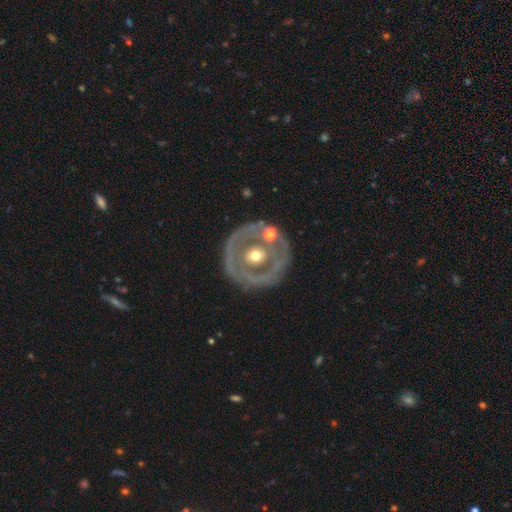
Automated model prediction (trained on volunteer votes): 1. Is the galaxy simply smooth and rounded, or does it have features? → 68% featured or disk, 27% smooth, 5% star or artifact.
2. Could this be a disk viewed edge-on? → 96% no, 4% yes.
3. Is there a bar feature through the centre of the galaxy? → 85% no, 10% weak, 5% strong.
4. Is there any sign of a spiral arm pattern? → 77% no, 23% yes.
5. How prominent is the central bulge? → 76% moderate, 13% small, 7% large, 1% dominant, 1% none.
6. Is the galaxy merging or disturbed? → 69% none, 15% minor disturbance, 8% major disturbance, 8% merger.